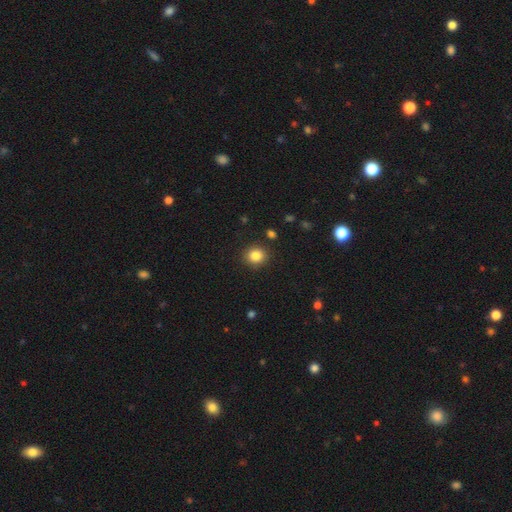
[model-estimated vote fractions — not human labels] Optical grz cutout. It shows a smooth galaxy with no disk features (84%) that is round (85%). Merging: none (90%).